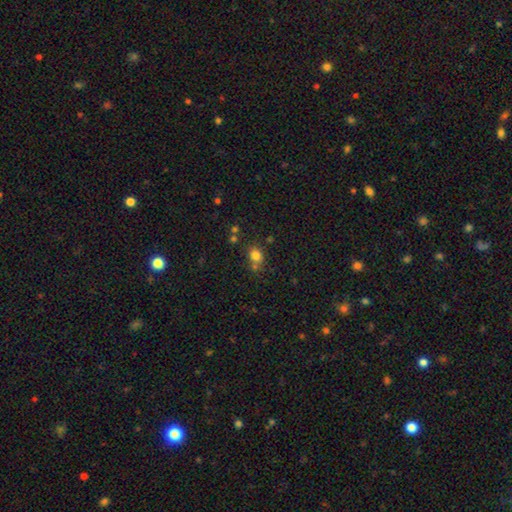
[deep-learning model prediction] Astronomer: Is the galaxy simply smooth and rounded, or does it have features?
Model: smooth — 79%.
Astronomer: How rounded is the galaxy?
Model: round — 56% (runner-up: in between, 42%).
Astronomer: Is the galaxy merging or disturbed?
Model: none — 64%.